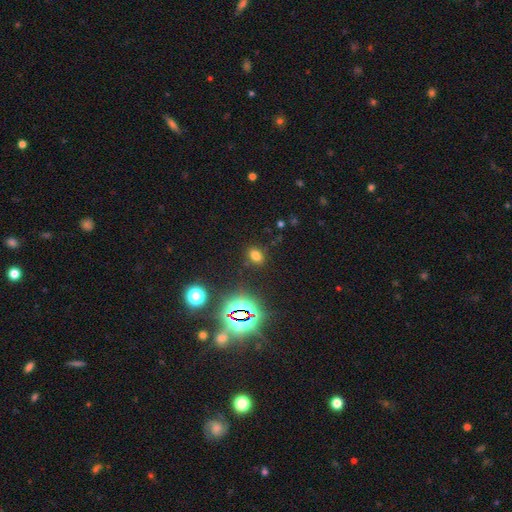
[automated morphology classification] A smooth galaxy with no disk features (66%) that is in between round and cigar-shaped (65%).

Vote fractions:
- Smooth or featured? smooth: 66% / star or artifact: 27% / featured or disk: 7%
- How rounded? in between: 65% / round: 34% / cigar-shaped: 2%
- Merging? none: 85% / minor disturbance: 9% / major disturbance: 3% / merger: 2%